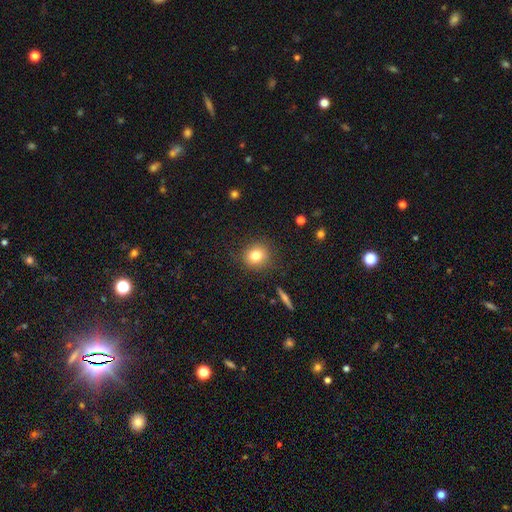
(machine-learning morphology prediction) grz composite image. It shows a smooth galaxy with no disk features (79%) that is round (86%). Merging: none (87%).